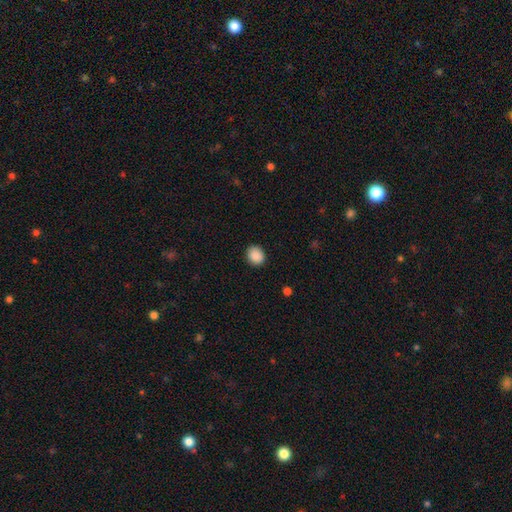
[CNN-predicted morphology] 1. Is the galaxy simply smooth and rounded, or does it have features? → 89% smooth, 8% star or artifact, 3% featured or disk.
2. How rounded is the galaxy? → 69% round, 30% in between, 1% cigar-shaped.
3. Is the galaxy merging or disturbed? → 89% none, 8% minor disturbance, 2% major disturbance, 1% merger.